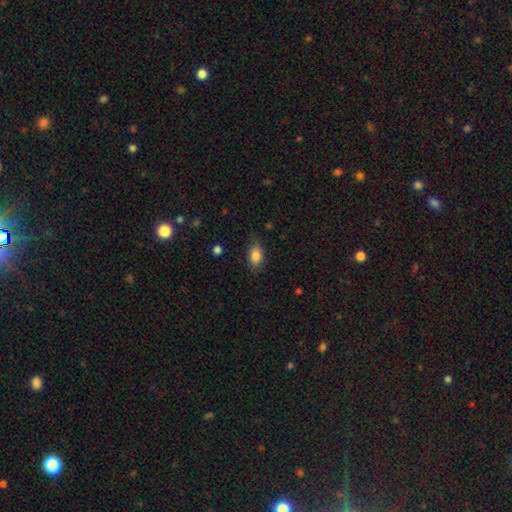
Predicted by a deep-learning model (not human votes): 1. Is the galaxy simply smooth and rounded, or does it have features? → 85% smooth, 8% star or artifact, 7% featured or disk.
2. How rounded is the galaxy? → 84% in between, 13% round, 3% cigar-shaped.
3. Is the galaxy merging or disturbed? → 75% none, 19% minor disturbance, 4% major disturbance, 1% merger.